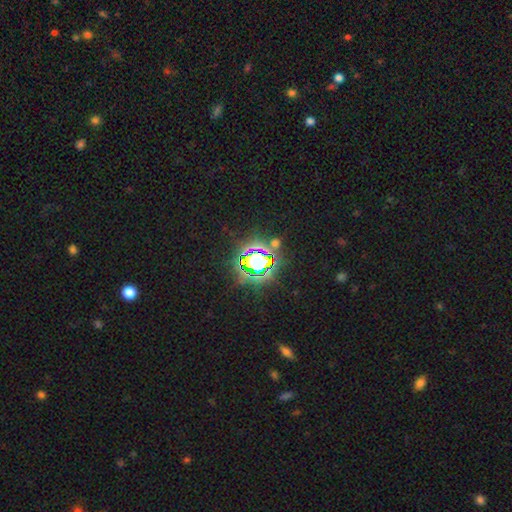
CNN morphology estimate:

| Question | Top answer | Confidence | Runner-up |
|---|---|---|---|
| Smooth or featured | star or artifact | 79% | smooth (13%) |